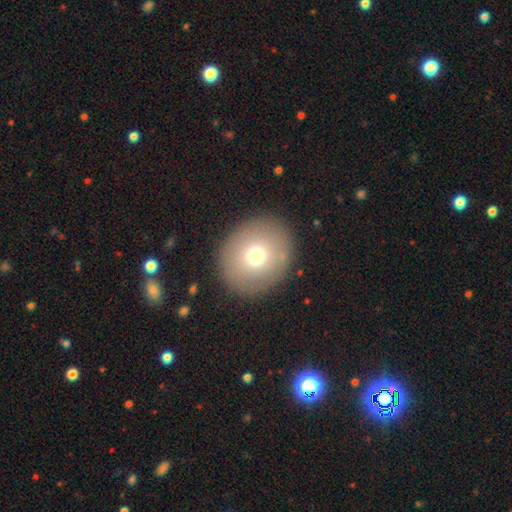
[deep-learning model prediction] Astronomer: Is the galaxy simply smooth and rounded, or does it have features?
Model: smooth — 72%.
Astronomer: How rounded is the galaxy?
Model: round — 76%.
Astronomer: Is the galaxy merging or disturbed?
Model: none — 88%.